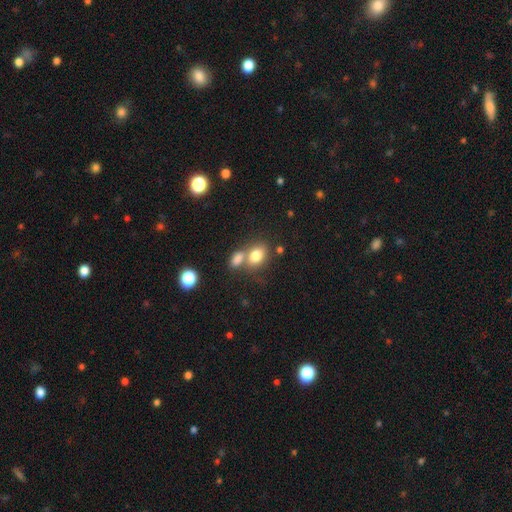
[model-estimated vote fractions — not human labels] A smooth galaxy with no disk features (79%) that is in between round and cigar-shaped (66%). Merging: merger (45%).